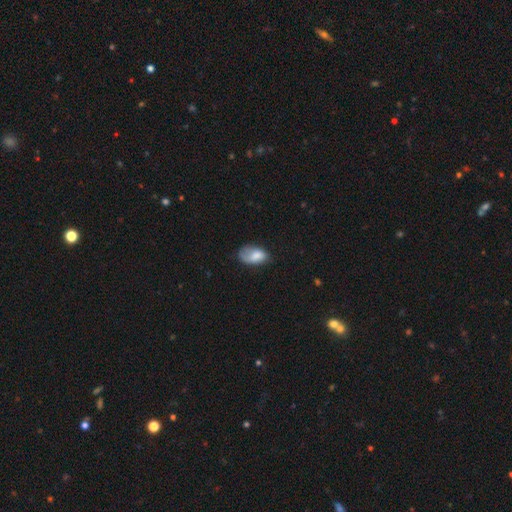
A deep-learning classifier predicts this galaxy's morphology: Smooth or featured? smooth (75%)
How rounded? in between (92%)
Merging? none (42%)